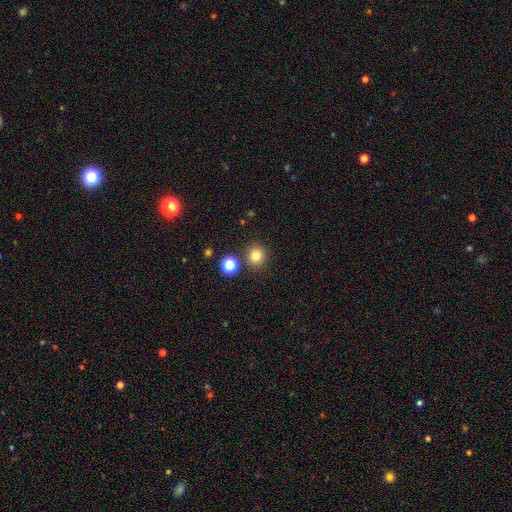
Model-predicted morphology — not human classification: A smooth galaxy with no disk features (80%) that is round (91%). Merging: none (84%).